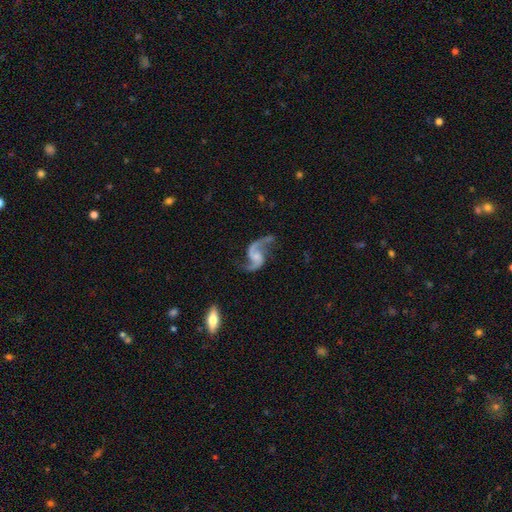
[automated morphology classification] Smooth or featured? featured or disk (92%)
Edge-on disk? no (98%)
Bar? no (55%)
Spiral arms? yes (98%)
Spiral winding? loose (68%)
Spiral arm count? 2 (94%)
Bulge size? small (41%)
Merging? none (69%)